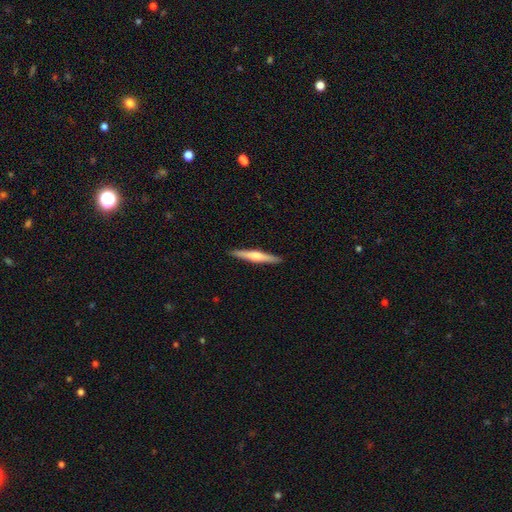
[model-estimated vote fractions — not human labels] Smooth or featured? Predicted: featured or disk (p=0.59). Edge-on disk? Predicted: yes (p=0.97). Edge-on bulge? Predicted: rounded (p=0.82). Merging? Predicted: none (p=0.92).